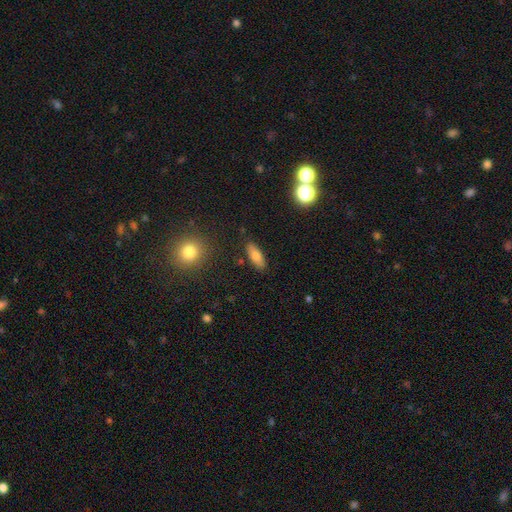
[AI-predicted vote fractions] Smooth or featured? smooth (77%)
How rounded? in between (71%)
Merging? none (86%)